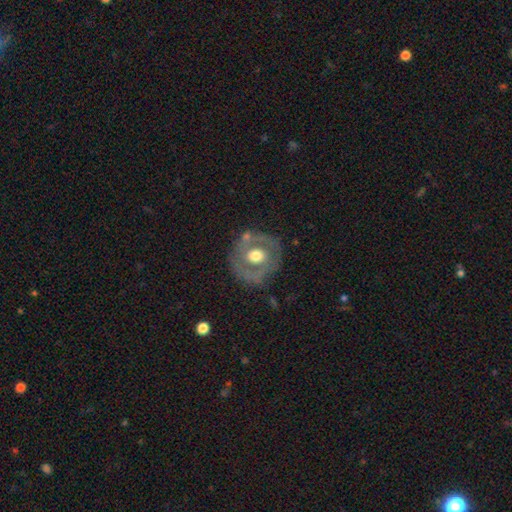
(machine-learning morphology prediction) The model was most divided on "smooth or featured": featured or disk: 52%, smooth: 41%, star or artifact: 7%. More confident: edge-on disk — no (95%); merging — none (71%).